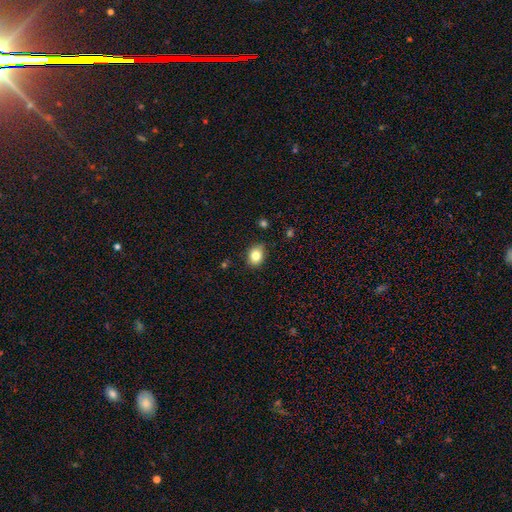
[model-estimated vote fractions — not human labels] A smooth galaxy with no disk features (82%) that is in between round and cigar-shaped (53%). Merging: none (79%).